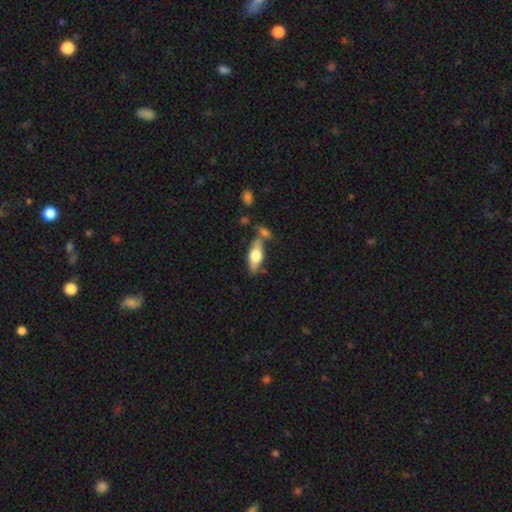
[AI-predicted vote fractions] Morphology: type=smooth (50%); merging=none (60%).